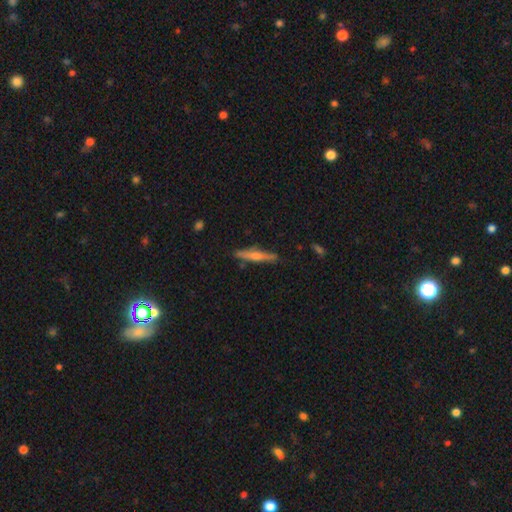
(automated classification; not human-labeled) featured or disk 63%, smooth 31%, star or artifact 6%. Down the decision tree: edge-on disk — yes (96%); edge-on bulge — rounded (83%); merging — none (88%).